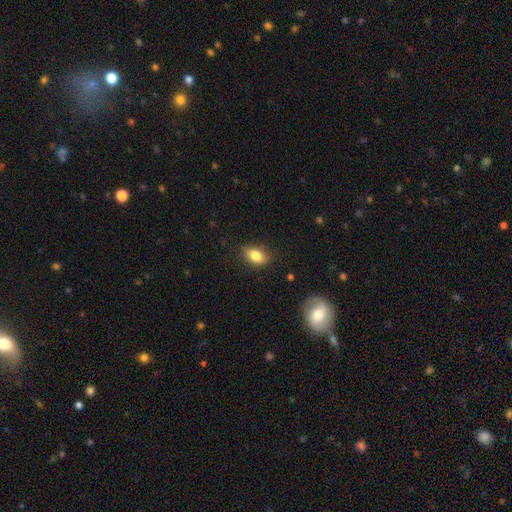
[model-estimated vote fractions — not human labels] A smooth galaxy with no disk features (84%) that is in between round and cigar-shaped (85%).

Vote fractions:
- Smooth or featured? smooth: 84% / star or artifact: 8% / featured or disk: 8%
- How rounded? in between: 85% / round: 12% / cigar-shaped: 3%
- Merging? none: 79% / minor disturbance: 16% / major disturbance: 3% / merger: 1%